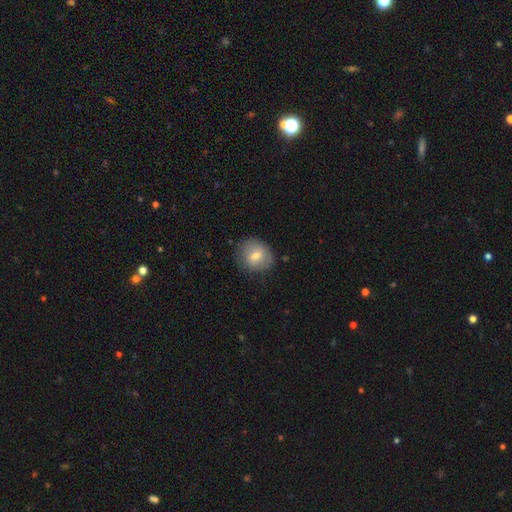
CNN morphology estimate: Overall: smooth (67%). How rounded: round (73%). Merging: none (76%).